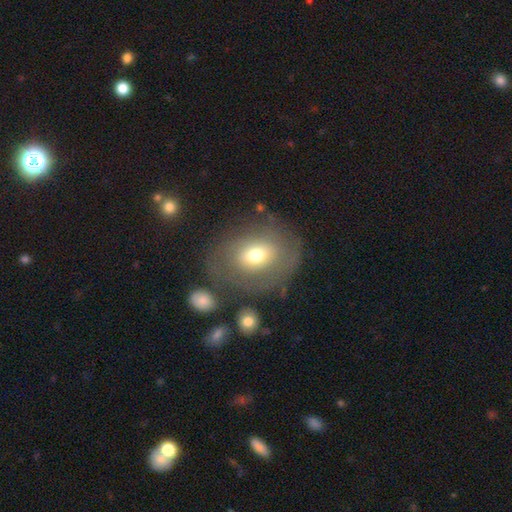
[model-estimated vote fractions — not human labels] A smooth galaxy with no disk features (57%) that is in between round and cigar-shaped (54%).

Vote fractions:
- Smooth or featured? smooth: 57% / featured or disk: 33% / star or artifact: 10%
- How rounded? in between: 54% / round: 44% / cigar-shaped: 1%
- Merging? none: 60% / minor disturbance: 19% / major disturbance: 15% / merger: 7%